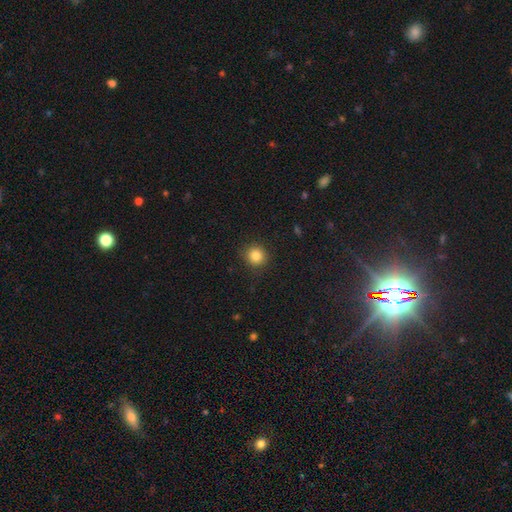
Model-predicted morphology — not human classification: Smooth or featured?
  - smooth: 85% *
  - star or artifact: 11%
  - featured or disk: 5%
How rounded?
  - round: 89% *
  - in between: 10%
  - cigar-shaped: 1%
Merging?
  - none: 89% *
  - minor disturbance: 8%
  - major disturbance: 3%
  - merger: 1%